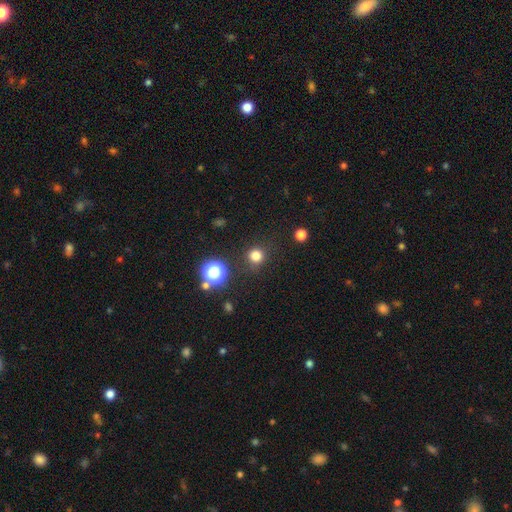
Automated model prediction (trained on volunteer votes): Smooth or featured: smooth — 79% (star or artifact — 17%)
How rounded: round — 93% (in between — 6%)
Merging: none — 86% (minor disturbance — 8%)